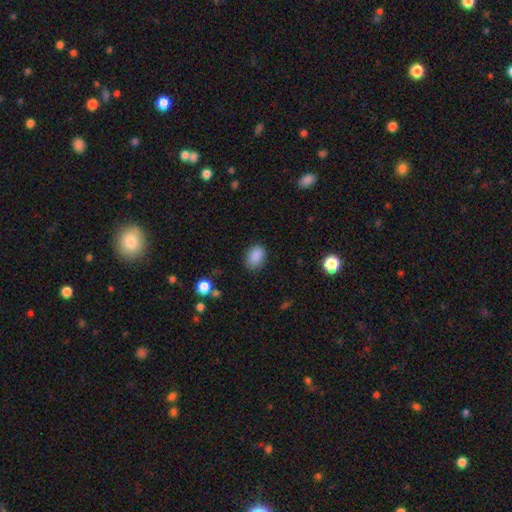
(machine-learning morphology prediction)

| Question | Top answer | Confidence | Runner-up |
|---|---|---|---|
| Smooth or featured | smooth | 87% | star or artifact (9%) |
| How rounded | in between | 77% | round (21%) |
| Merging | none | 81% | minor disturbance (14%) |